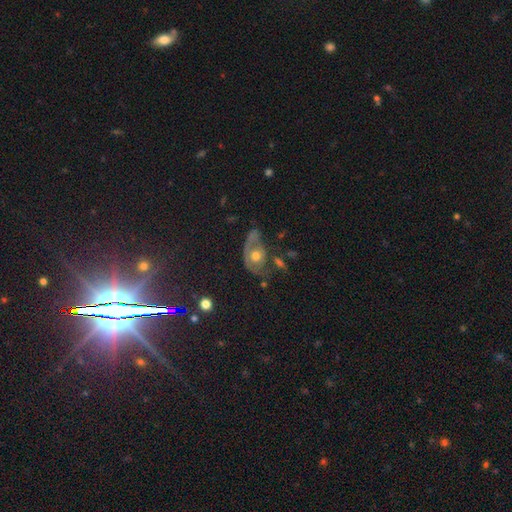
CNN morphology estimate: type=featured or disk (52%); edge-on=no (91%); merging=none (35%).